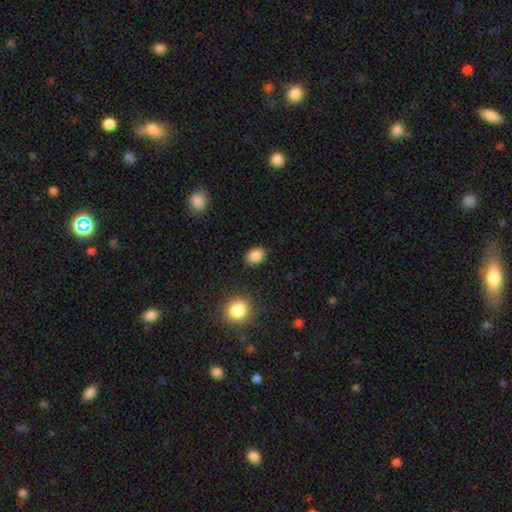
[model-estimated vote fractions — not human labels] Q: Smooth or featured?
A: smooth (86%); runner-up: star or artifact (9%)
Q: How rounded?
A: in between (62%); runner-up: round (37%)
Q: Merging?
A: none (85%); runner-up: minor disturbance (10%)